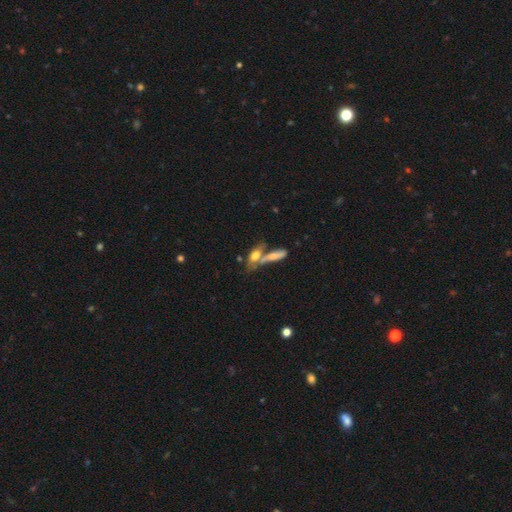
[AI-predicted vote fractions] Smooth or featured?
  - smooth: 63% *
  - featured or disk: 28%
  - star or artifact: 9%
How rounded?
  - in between: 61% *
  - cigar-shaped: 33%
  - round: 5%
Merging?
  - merger: 49% *
  - none: 34%
  - minor disturbance: 11%
  - major disturbance: 6%